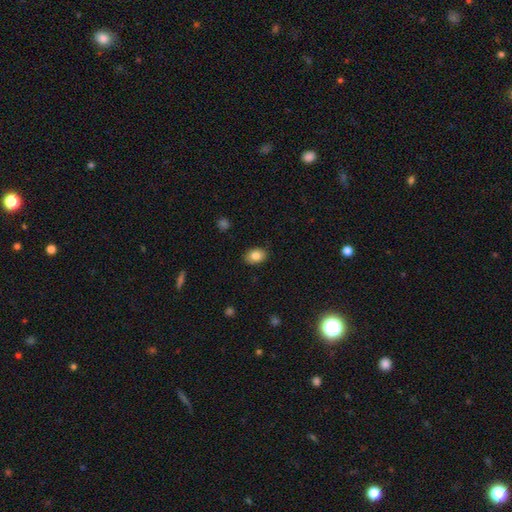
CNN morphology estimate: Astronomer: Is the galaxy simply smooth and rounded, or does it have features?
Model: smooth — 83%.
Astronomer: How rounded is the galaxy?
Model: in between — 79%.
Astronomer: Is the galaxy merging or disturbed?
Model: none — 88%.